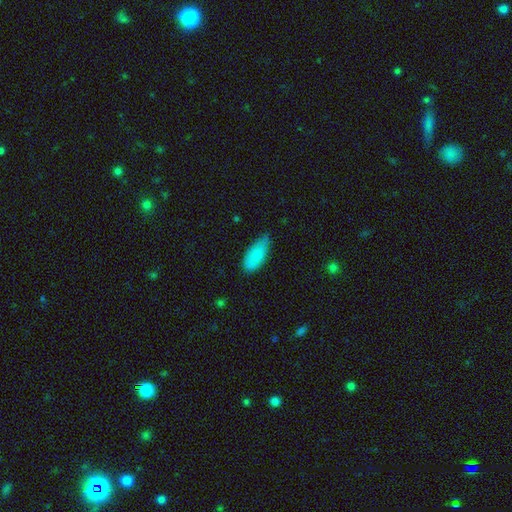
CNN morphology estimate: This is clearly a smooth galaxy (84%). How rounded: clearly in between (85%). Merging: possibly none (58%).